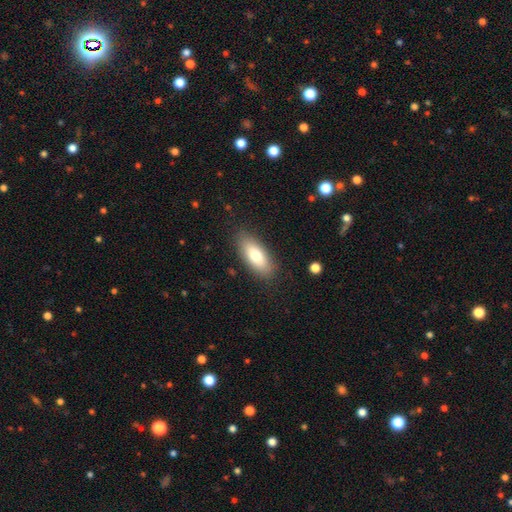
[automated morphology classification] Smooth or featured: smooth — 75% (featured or disk — 18%)
How rounded: in between — 80% (cigar-shaped — 18%)
Merging: none — 85% (minor disturbance — 10%)